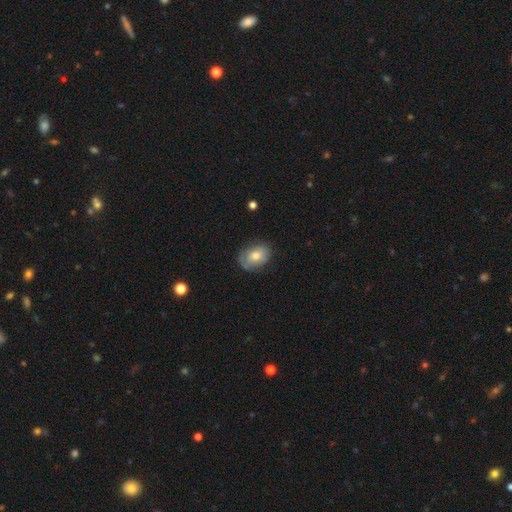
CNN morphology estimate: type=smooth (63%); roundness=in between (70%); merging=none (69%).